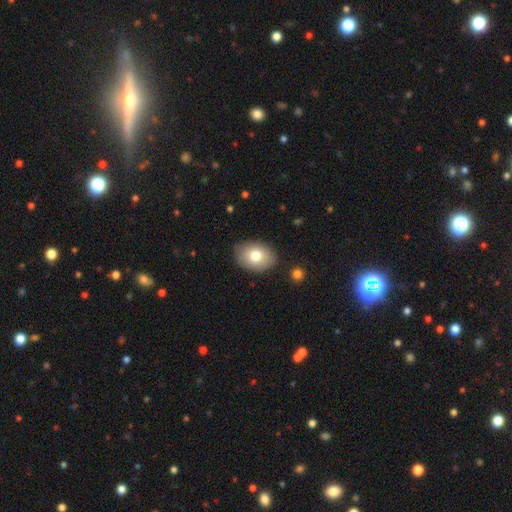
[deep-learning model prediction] Smooth or featured? Predicted: smooth (p=0.77). How rounded? Predicted: in between (p=0.76). Merging? Predicted: none (p=0.84).